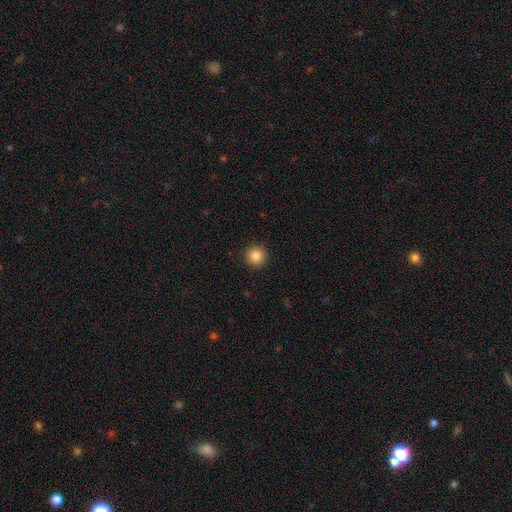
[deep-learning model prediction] A smooth galaxy with no disk features (85%) that is round (95%).

Vote fractions:
- Smooth or featured? smooth: 85% / star or artifact: 10% / featured or disk: 5%
- How rounded? round: 95% / in between: 4% / cigar-shaped: 1%
- Merging? none: 92% / minor disturbance: 5% / major disturbance: 2% / merger: 1%